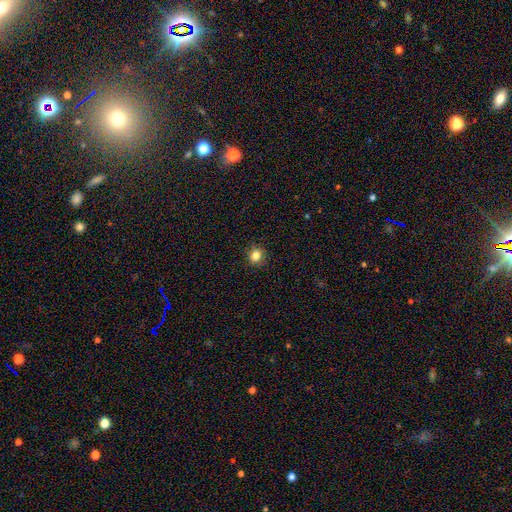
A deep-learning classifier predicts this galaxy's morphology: This appears to be a smooth galaxy with no disk features (83%) that is round (84%). Merging: none (90%).